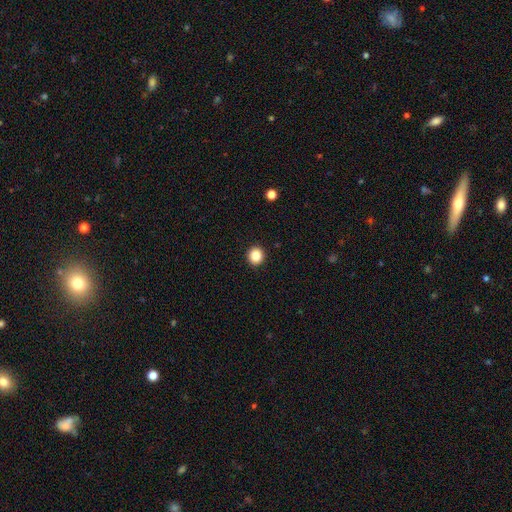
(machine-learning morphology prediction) Smooth or featured?
  - smooth: 85% *
  - star or artifact: 10%
  - featured or disk: 4%
How rounded?
  - round: 89% *
  - in between: 10%
  - cigar-shaped: 1%
Merging?
  - none: 93% *
  - minor disturbance: 4%
  - major disturbance: 1%
  - merger: 1%